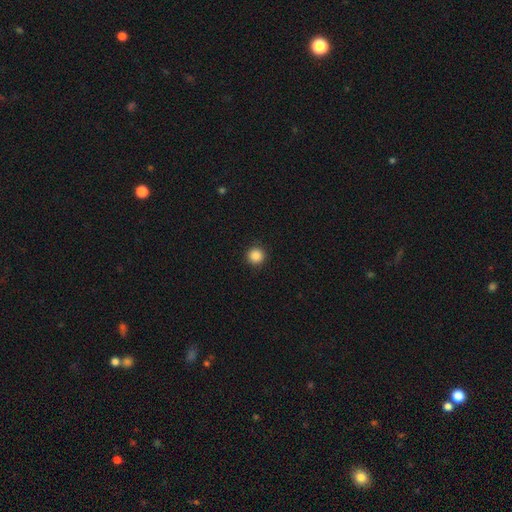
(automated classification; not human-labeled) The model was most divided on "smooth or featured": smooth: 88%, star or artifact: 10%, featured or disk: 2%. More confident: how rounded — round (96%); merging — none (92%).